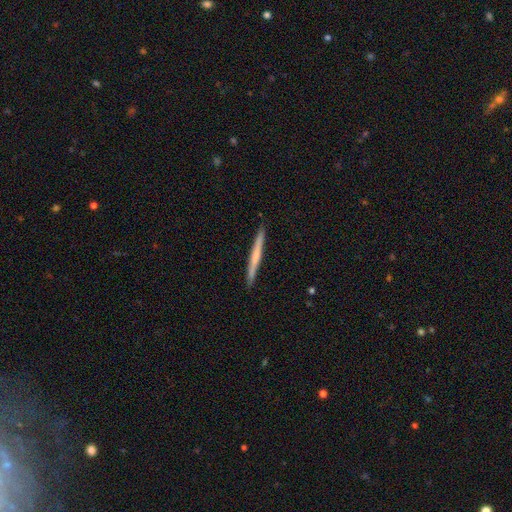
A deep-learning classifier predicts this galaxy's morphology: The model was most divided on "smooth or featured": smooth: 49%, featured or disk: 46%, star or artifact: 5%. More confident: merging — none (92%).